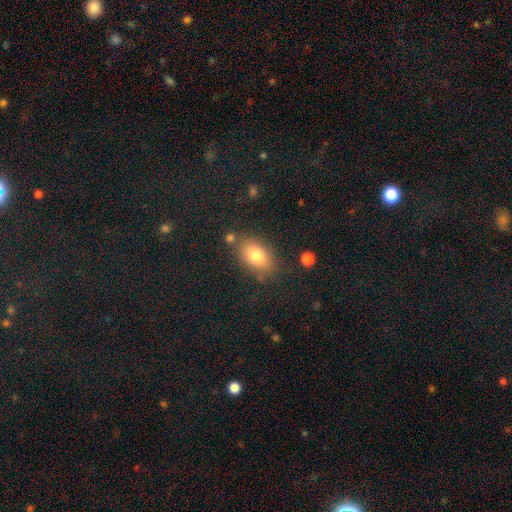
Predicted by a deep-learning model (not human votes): Q: Smooth or featured?
A: smooth (79%); runner-up: featured or disk (12%)
Q: How rounded?
A: in between (85%); runner-up: round (13%)
Q: Merging?
A: none (76%); runner-up: minor disturbance (14%)